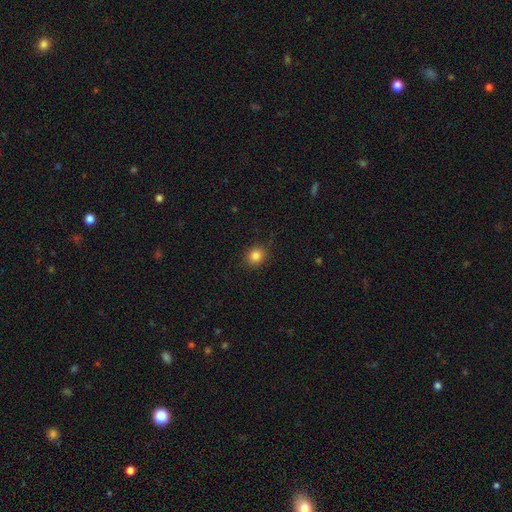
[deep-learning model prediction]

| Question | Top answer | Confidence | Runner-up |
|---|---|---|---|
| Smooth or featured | smooth | 84% | star or artifact (11%) |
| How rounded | round | 76% | in between (23%) |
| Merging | none | 88% | minor disturbance (8%) |